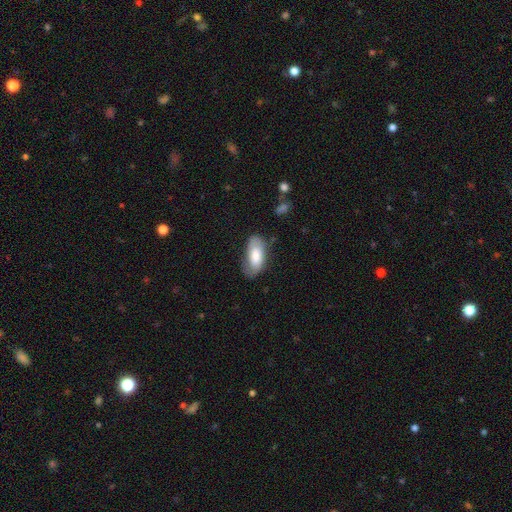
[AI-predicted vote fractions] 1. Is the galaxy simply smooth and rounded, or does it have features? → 69% smooth, 25% featured or disk, 6% star or artifact.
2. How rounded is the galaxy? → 90% in between, 7% cigar-shaped, 2% round.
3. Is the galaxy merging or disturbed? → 64% none, 25% minor disturbance, 9% major disturbance, 2% merger.